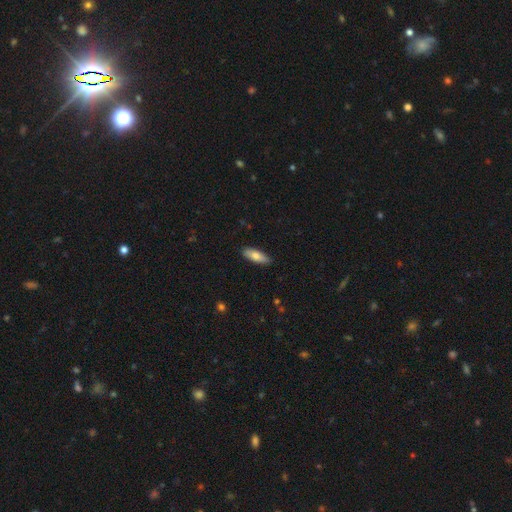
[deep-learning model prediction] Overall: smooth (76%). How rounded: in between (63%; cigar-shaped 35%). Merging: none (87%).